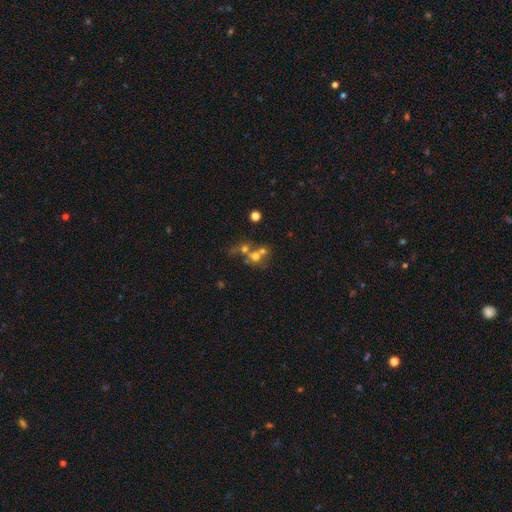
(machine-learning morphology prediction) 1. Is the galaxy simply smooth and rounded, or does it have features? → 52% smooth, 29% featured or disk, 19% star or artifact.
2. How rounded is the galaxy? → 75% round, 24% in between, 1% cigar-shaped.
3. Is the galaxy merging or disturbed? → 55% merger, 31% none, 7% minor disturbance, 7% major disturbance.